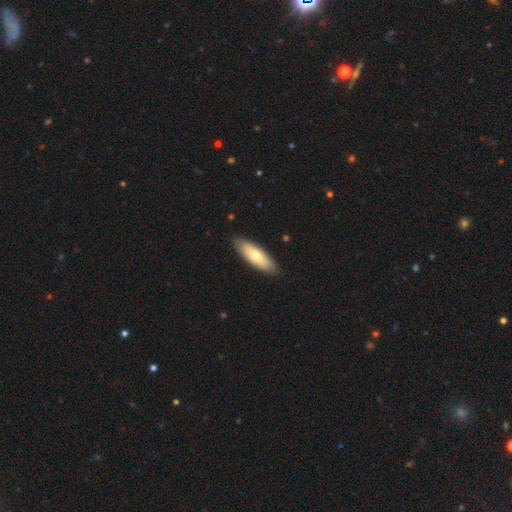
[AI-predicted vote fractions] Smooth or featured: smooth — 67% (featured or disk — 28%)
How rounded: in between — 60% (cigar-shaped — 38%)
Merging: none — 88% (minor disturbance — 9%)